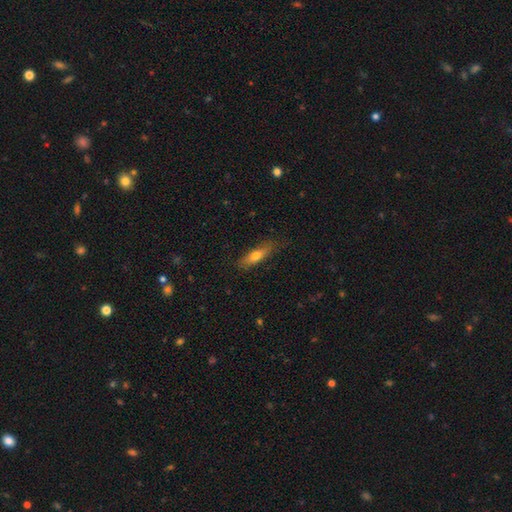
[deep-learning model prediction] This appears to be a smooth galaxy with no disk features (63%) that is cigar-shaped (58%). Merging: none (77%).